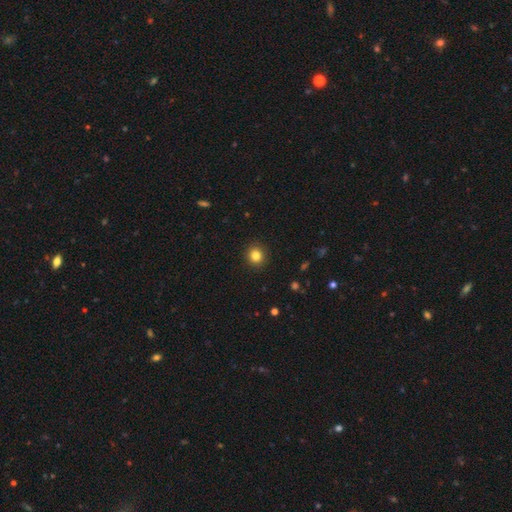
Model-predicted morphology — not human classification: Smooth or featured? Predicted: smooth (p=0.83). How rounded? Predicted: round (p=0.90). Merging? Predicted: none (p=0.92).